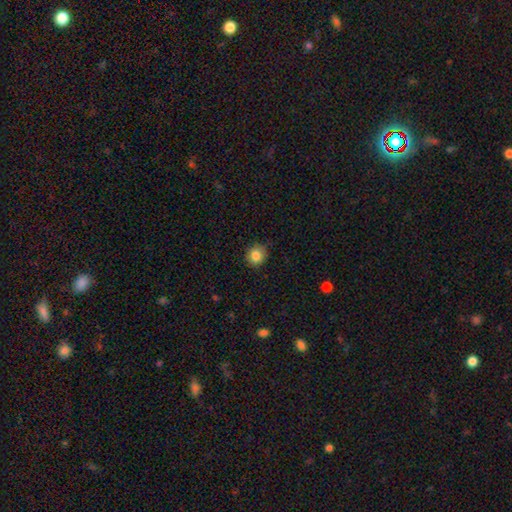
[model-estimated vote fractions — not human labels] A smooth galaxy with no disk features (84%) that is round (84%).

Vote fractions:
- Smooth or featured? smooth: 84% / star or artifact: 10% / featured or disk: 6%
- How rounded? round: 84% / in between: 15% / cigar-shaped: 1%
- Merging? none: 81% / minor disturbance: 15% / major disturbance: 2% / merger: 1%